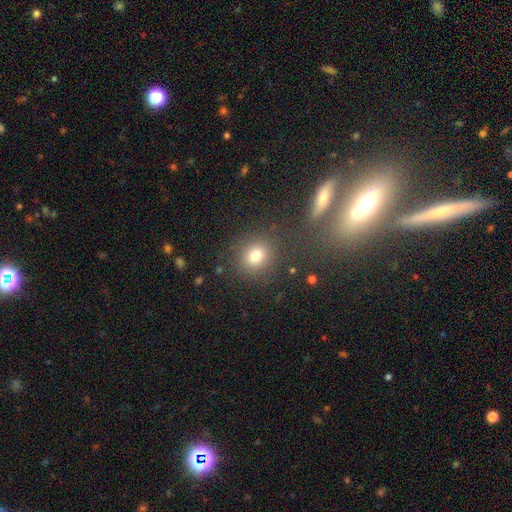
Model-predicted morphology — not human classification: This appears to be a smooth galaxy with no disk features (77%) that is round (82%). Merging: none (81%).